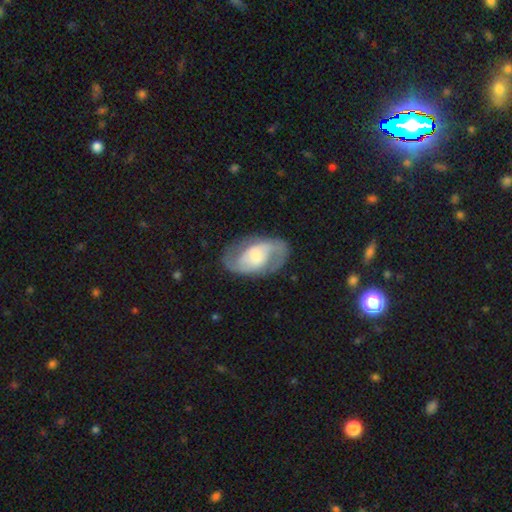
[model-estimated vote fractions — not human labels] Morphology: type=featured or disk (82%); edge-on=no (97%); bar=no (44%); spiral arms=yes (93%); winding=medium (52%); arm count=2 (91%); bulge=moderate (36%); merging=none (77%).